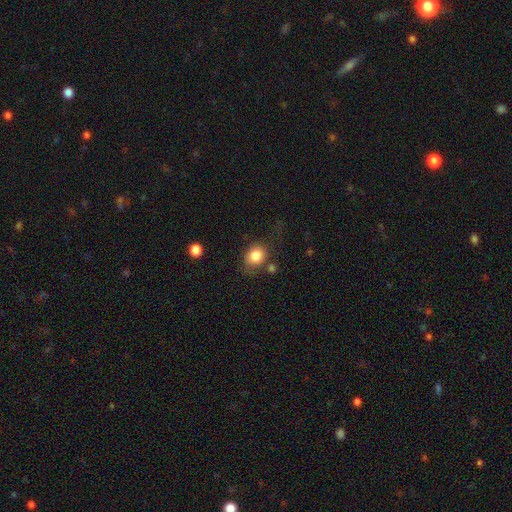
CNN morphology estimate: type=smooth (83%); roundness=round (66%); merging=none (64%).